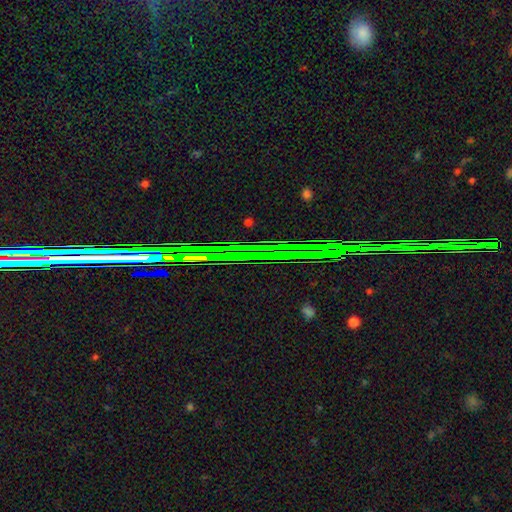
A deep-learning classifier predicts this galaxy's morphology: Smooth or featured? Predicted: star or artifact (p=0.76).